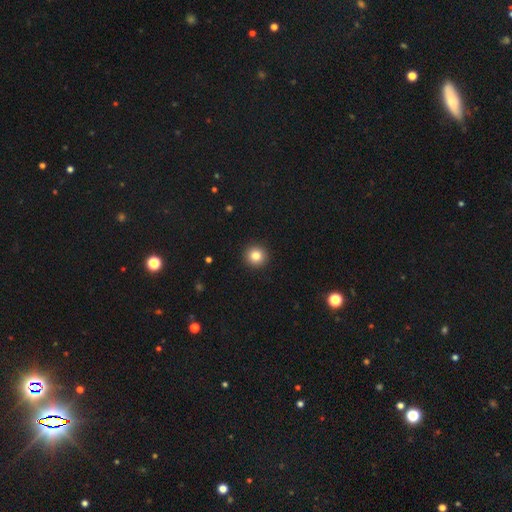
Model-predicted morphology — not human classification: Q: Smooth or featured?
A: smooth (83%); runner-up: star or artifact (11%)
Q: How rounded?
A: round (95%); runner-up: in between (4%)
Q: Merging?
A: none (93%); runner-up: minor disturbance (4%)